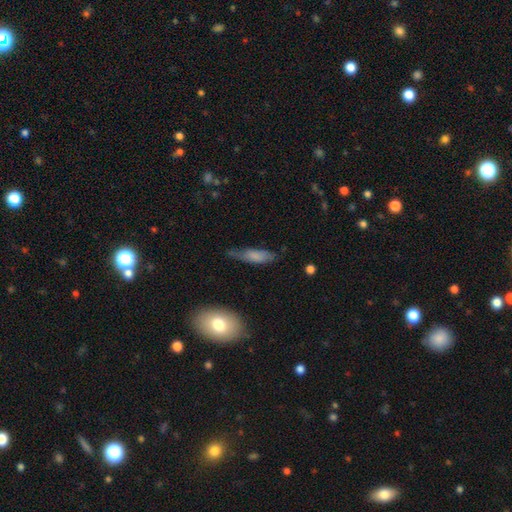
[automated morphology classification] smooth_or_featured: smooth (p=0.70) [alt: featured or disk p=0.22]
how_rounded: cigar-shaped (p=0.52) [alt: in between p=0.45]
merging: none (p=0.50) [alt: minor disturbance p=0.35]